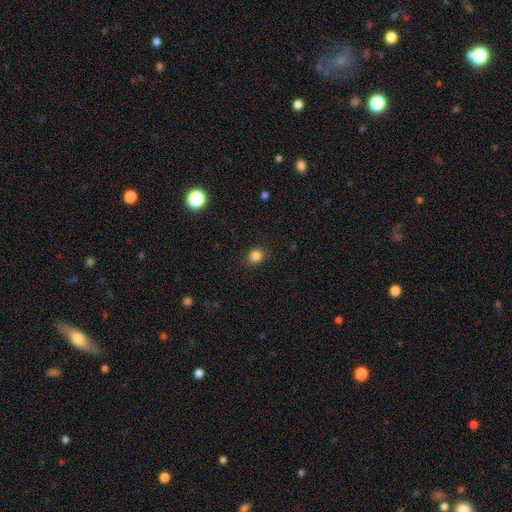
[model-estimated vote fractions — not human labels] Overall: smooth (83%). How rounded: round (77%). Merging: none (89%).